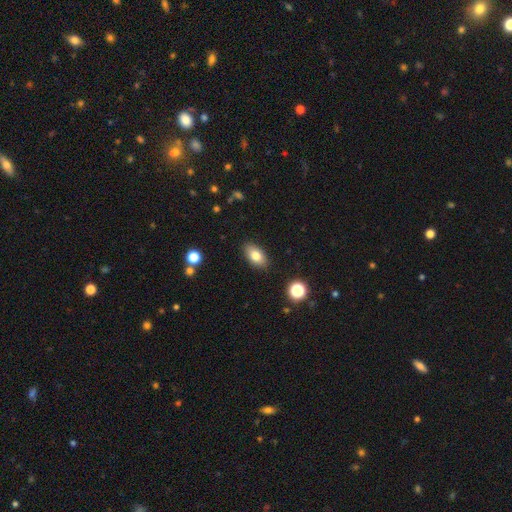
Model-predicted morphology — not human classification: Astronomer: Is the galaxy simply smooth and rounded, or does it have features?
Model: smooth — 79%.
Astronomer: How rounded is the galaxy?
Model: in between — 90%.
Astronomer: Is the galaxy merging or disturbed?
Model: none — 87%.